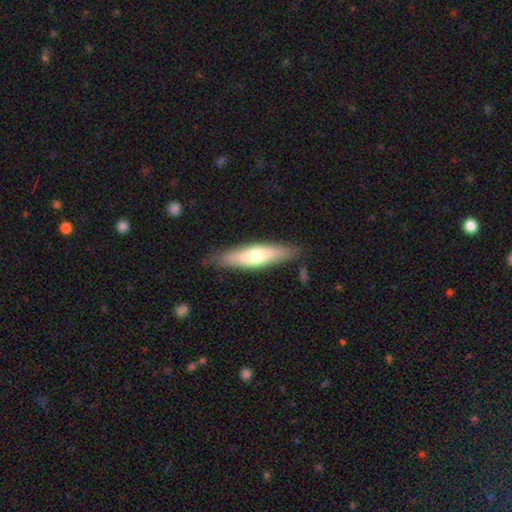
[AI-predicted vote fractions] A smooth galaxy with no disk features (56%) that is cigar-shaped (66%). Merging: none (83%).